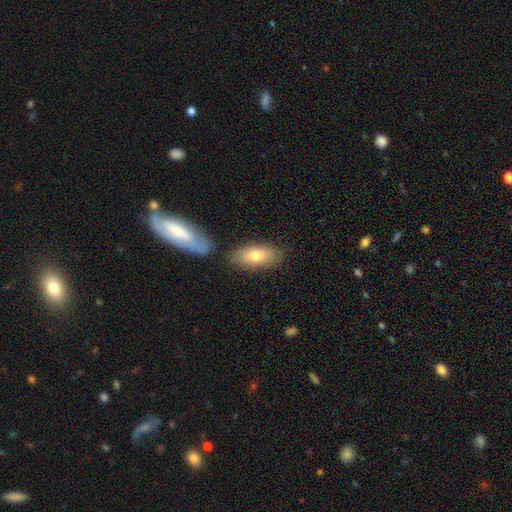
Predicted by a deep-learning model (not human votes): smooth_or_featured: smooth (p=0.74) [alt: featured or disk p=0.20]
how_rounded: in between (p=0.84) [alt: cigar-shaped p=0.13]
merging: none (p=0.69) [alt: minor disturbance p=0.14]